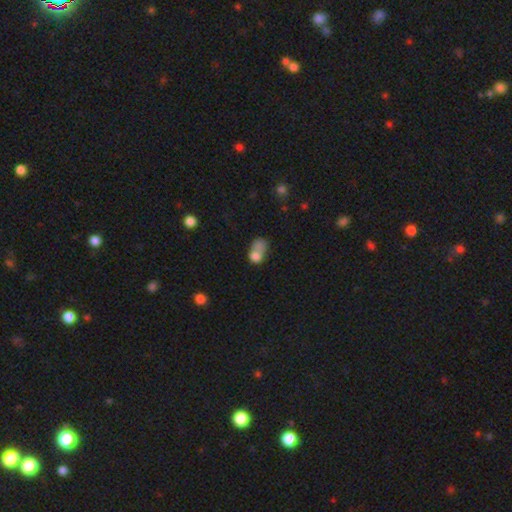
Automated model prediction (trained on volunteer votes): This appears to be a smooth galaxy with no disk features (72%) that is in between round and cigar-shaped (59%). Merging: merger (54%).